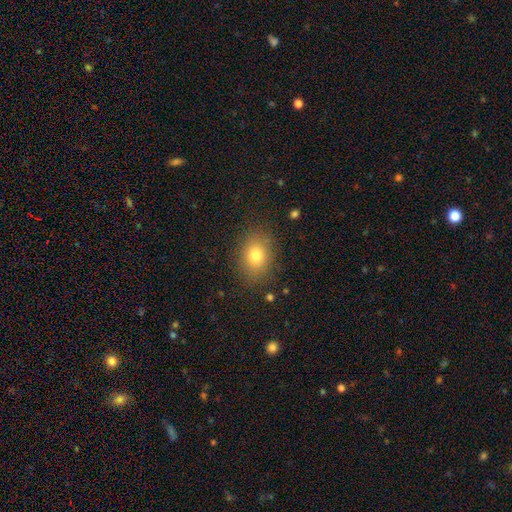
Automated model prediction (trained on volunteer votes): Smooth or featured? smooth (77%)
How rounded? in between (61%)
Merging? none (84%)